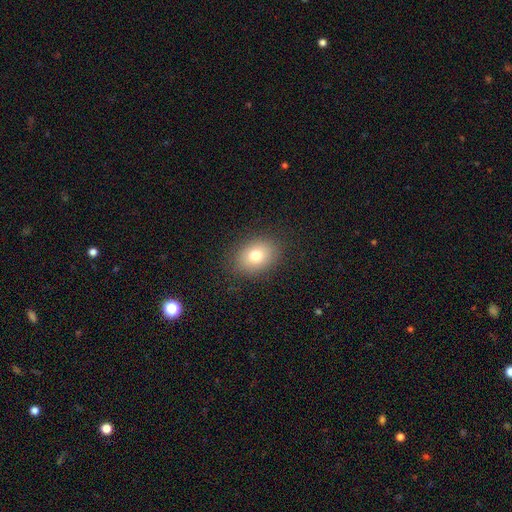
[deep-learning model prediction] Smooth or featured? smooth (76%)
How rounded? in between (59%)
Merging? none (87%)